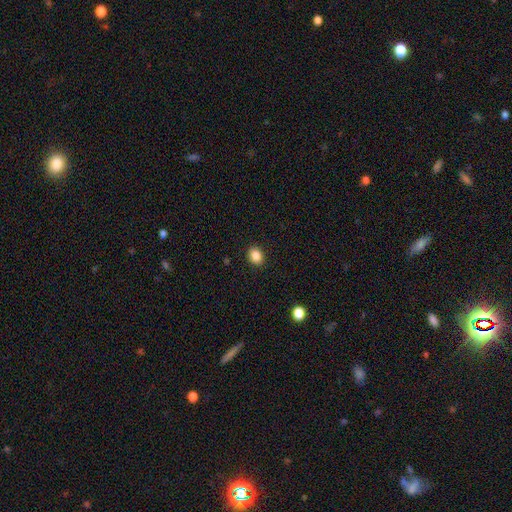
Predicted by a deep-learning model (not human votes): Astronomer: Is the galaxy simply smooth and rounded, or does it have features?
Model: smooth — 87%.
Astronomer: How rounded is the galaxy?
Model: in between — 53% (runner-up: round, 46%).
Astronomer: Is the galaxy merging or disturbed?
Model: none — 90%.